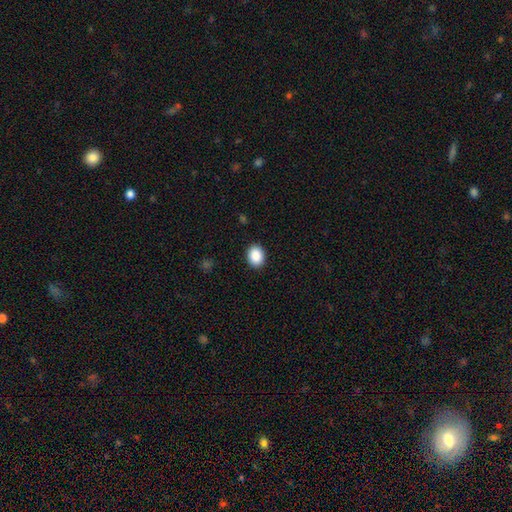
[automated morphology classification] Smooth or featured? Predicted: smooth (p=0.89). How rounded? Predicted: in between (p=0.61). Merging? Predicted: none (p=0.90).